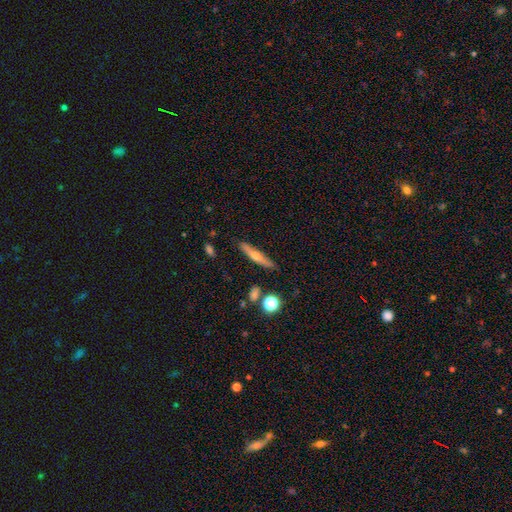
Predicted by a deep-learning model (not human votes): Smooth or featured? Predicted: featured or disk (p=0.51). Edge-on disk? Predicted: yes (p=0.92). Merging? Predicted: none (p=0.87).